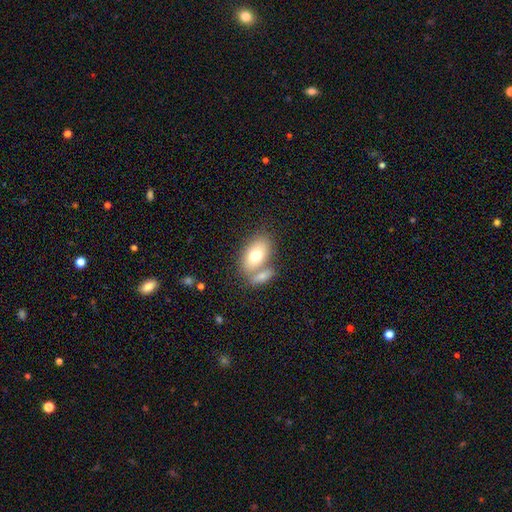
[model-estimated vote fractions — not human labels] Q: Smooth or featured?
A: smooth (72%); runner-up: featured or disk (21%)
Q: How rounded?
A: in between (89%); runner-up: round (8%)
Q: Merging?
A: none (46%); runner-up: merger (38%)